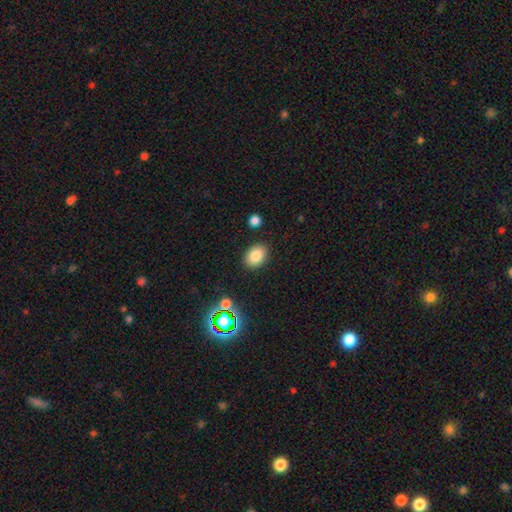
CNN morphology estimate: smooth_or_featured: smooth (p=0.82) [alt: star or artifact p=0.11]
how_rounded: in between (p=0.72) [alt: round p=0.27]
merging: none (p=0.86) [alt: minor disturbance p=0.09]